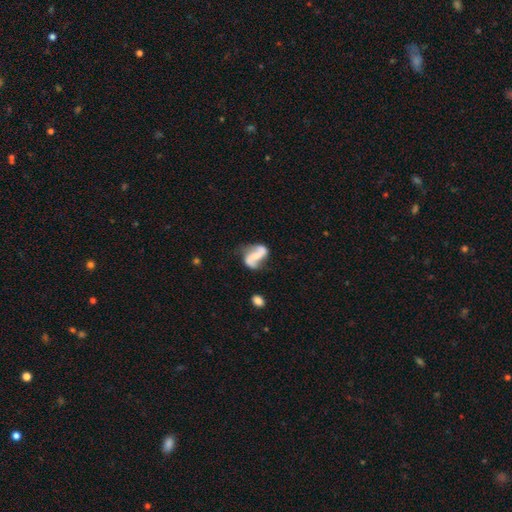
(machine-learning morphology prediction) smooth-or-featured: featured or disk: 76% | smooth: 17% | star or artifact: 7%
  disk-edge-on: no: 97% | yes: 3%
    bar: no: 36% | strong: 32% | weak: 32%
    has-spiral-arms: yes: 89% | no: 11%
      spiral-winding: loose: 65% | medium: 27% | tight: 8%
      spiral-arm-count: 2: 89% | 1: 4% | can't tell: 3% | 3: 1% | 4: 1% | more than 4: 1%
    bulge-size: none: 40% | small: 35% | moderate: 19% | large: 5% | dominant: 2%
  merging: none: 53% | minor disturbance: 22% | major disturbance: 16% | merger: 9%